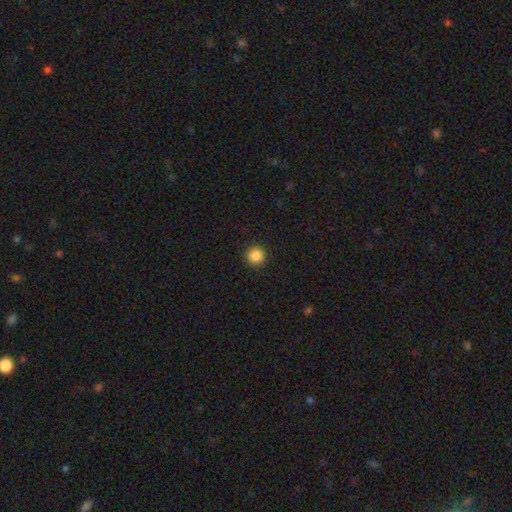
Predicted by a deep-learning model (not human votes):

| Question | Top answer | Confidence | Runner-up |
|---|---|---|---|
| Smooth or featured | smooth | 87% | star or artifact (10%) |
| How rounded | round | 95% | in between (4%) |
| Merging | none | 93% | minor disturbance (5%) |